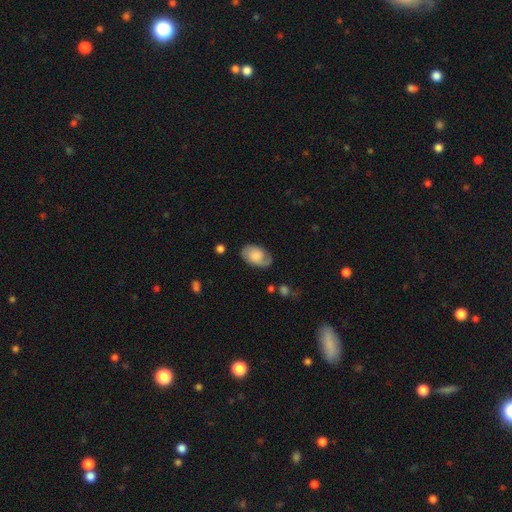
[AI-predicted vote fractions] Smooth or featured? smooth (54%)
How rounded? in between (90%)
Merging? none (67%)